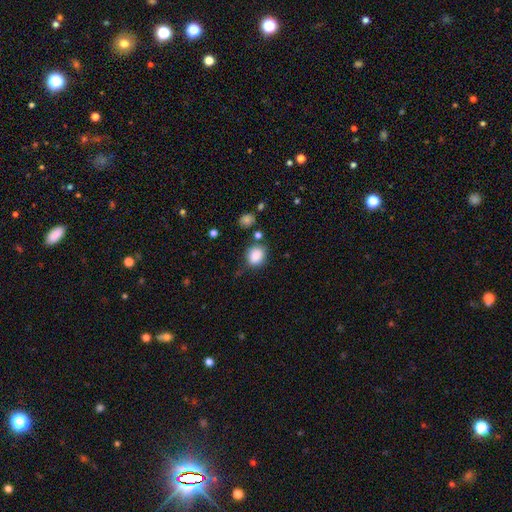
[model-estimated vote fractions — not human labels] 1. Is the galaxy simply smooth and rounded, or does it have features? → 85% smooth, 9% star or artifact, 5% featured or disk.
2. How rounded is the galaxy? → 60% round, 39% in between, 1% cigar-shaped.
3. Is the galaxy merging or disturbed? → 68% none, 20% minor disturbance, 7% merger, 6% major disturbance.